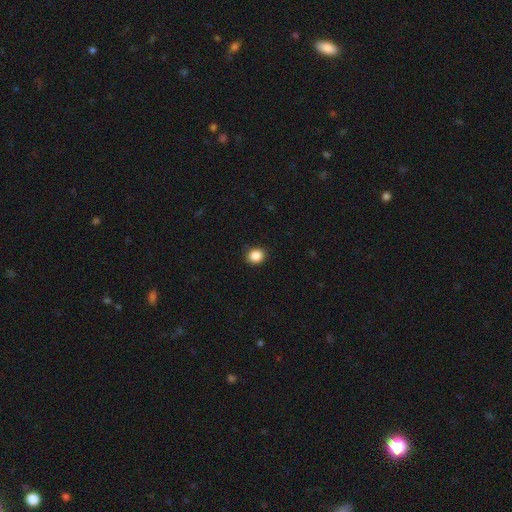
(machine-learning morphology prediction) type=smooth (88%); roundness=round (67%); merging=none (90%).